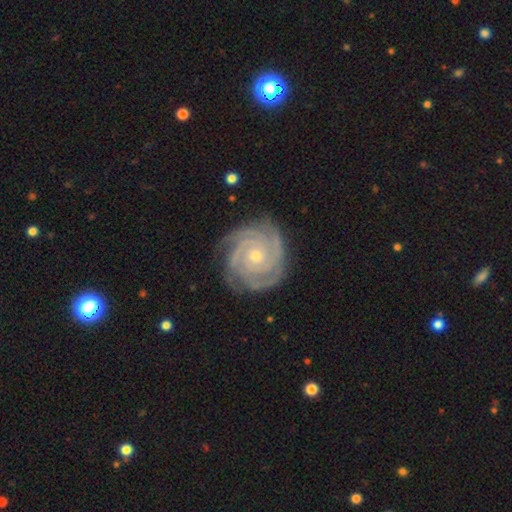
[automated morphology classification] Smooth or featured? Predicted: featured or disk (p=0.91). Edge-on disk? Predicted: no (p=0.98). Bar? Predicted: no (p=0.78). Spiral arms? Predicted: yes (p=0.98). Spiral winding? Predicted: tight (p=0.83). Spiral arm count? Predicted: 4 (p=0.33). Bulge size? Predicted: small (p=0.63). Merging? Predicted: none (p=0.81).